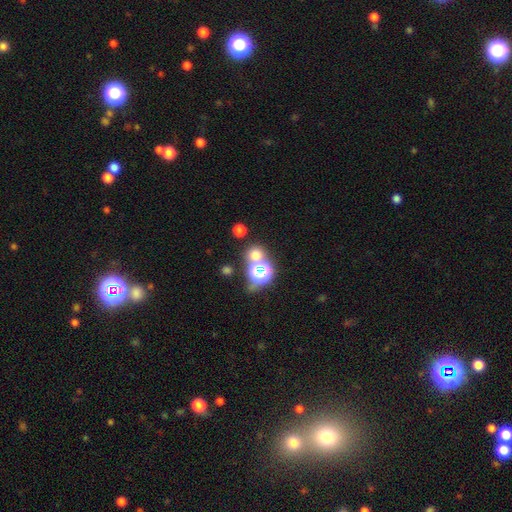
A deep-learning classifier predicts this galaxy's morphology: The model was most divided on "smooth or featured": smooth: 56%, star or artifact: 35%, featured or disk: 9%. More confident: how rounded — round (85%); merging — none (63%).